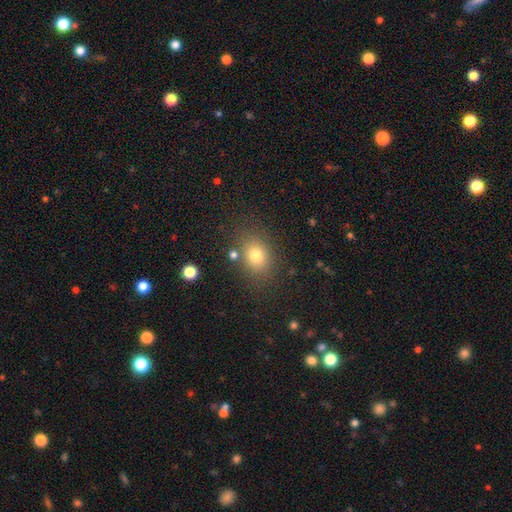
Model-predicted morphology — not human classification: Smooth or featured? smooth (76%)
How rounded? in between (54%)
Merging? none (79%)